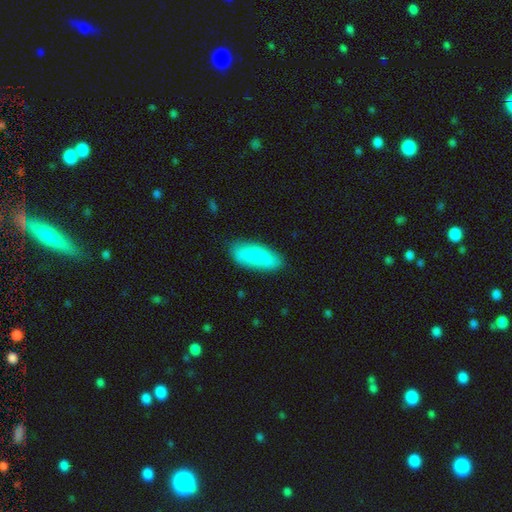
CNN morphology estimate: Smooth or featured?
  - smooth: 80% *
  - featured or disk: 14%
  - star or artifact: 6%
How rounded?
  - in between: 79% *
  - cigar-shaped: 19%
  - round: 2%
Merging?
  - none: 81% *
  - minor disturbance: 15%
  - major disturbance: 3%
  - merger: 1%